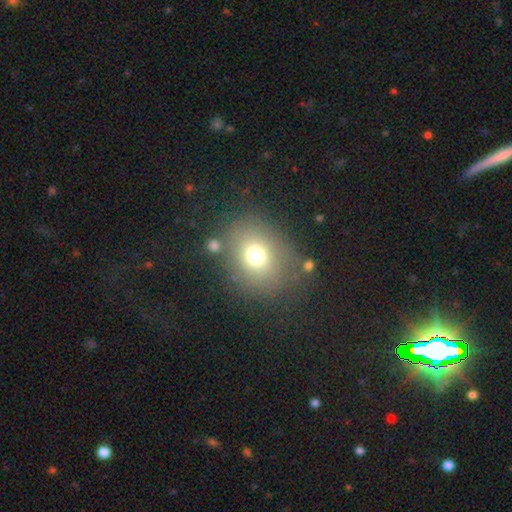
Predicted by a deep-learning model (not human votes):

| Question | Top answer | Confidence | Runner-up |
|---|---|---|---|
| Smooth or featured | smooth | 72% | star or artifact (15%) |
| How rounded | round | 58% | in between (41%) |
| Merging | none | 74% | minor disturbance (13%) |